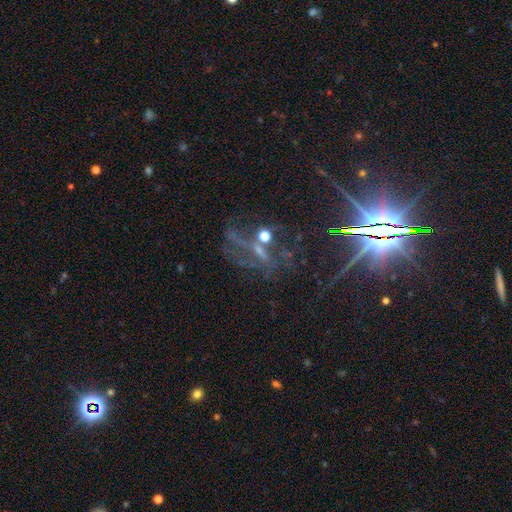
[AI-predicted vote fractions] Smooth or featured? star or artifact (46%)